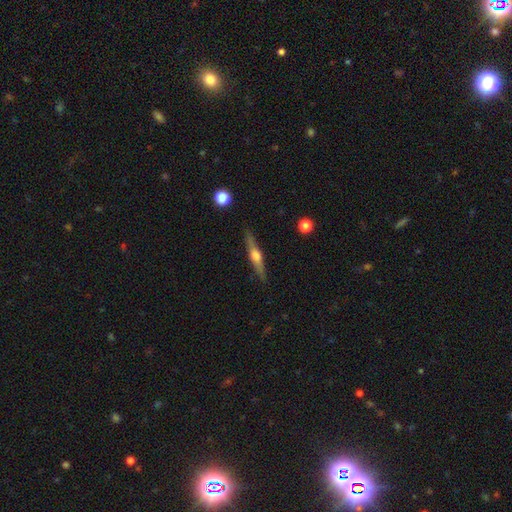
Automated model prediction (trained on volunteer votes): Q: Smooth or featured?
A: featured or disk (69%); runner-up: smooth (25%)
Q: Edge-on disk?
A: yes (97%); runner-up: no (3%)
Q: Edge-on bulge?
A: rounded (88%); runner-up: boxy (8%)
Q: Merging?
A: none (88%); runner-up: minor disturbance (9%)